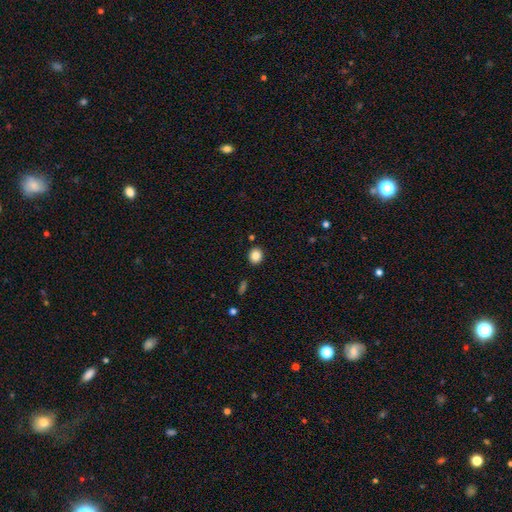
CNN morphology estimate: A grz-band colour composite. It shows a smooth galaxy with no disk features (85%) that is round (74%). Merging: none (89%).